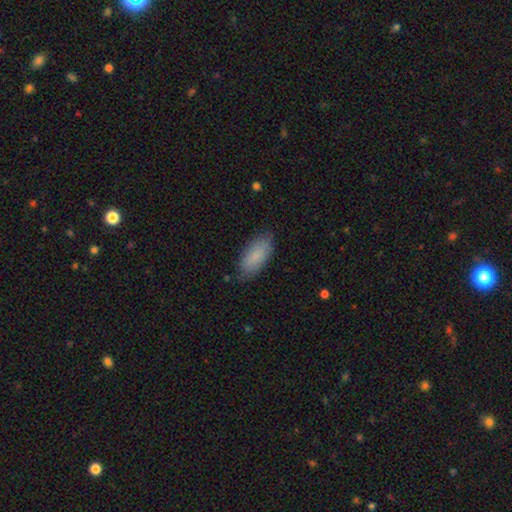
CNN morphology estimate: Overall: smooth (84%). How rounded: in between (86%). Merging: none (81%).